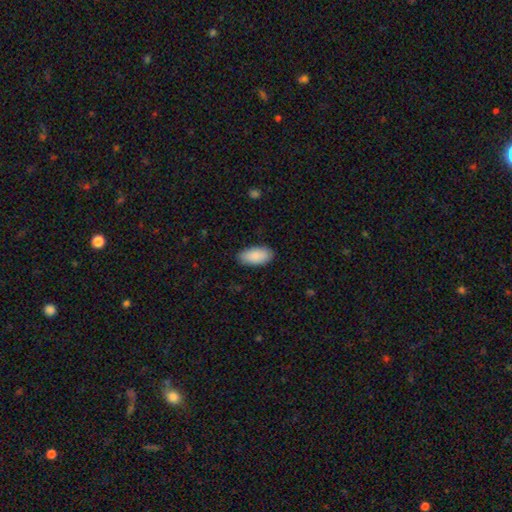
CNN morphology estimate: smooth_or_featured: smooth (p=0.90) [alt: star or artifact p=0.06]
how_rounded: in between (p=0.94) [alt: cigar-shaped p=0.04]
merging: none (p=0.87) [alt: minor disturbance p=0.10]